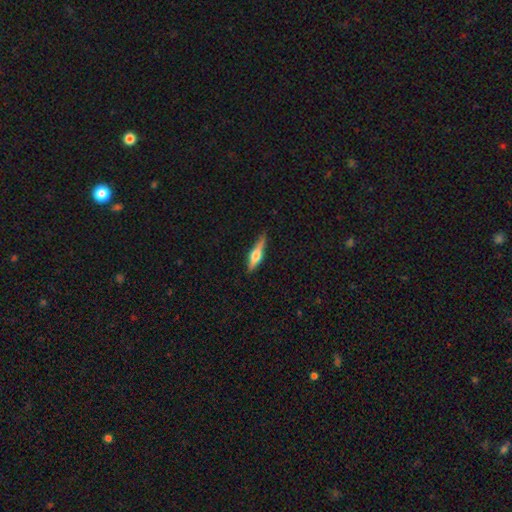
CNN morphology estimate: Smooth or featured?
  - featured or disk: 55% *
  - smooth: 40%
  - star or artifact: 6%
Edge-on disk?
  - yes: 96% *
  - no: 4%
Edge-on bulge?
  - rounded: 91% *
  - boxy: 6%
  - none: 3%
Merging?
  - none: 83% *
  - minor disturbance: 14%
  - major disturbance: 3%
  - merger: 1%